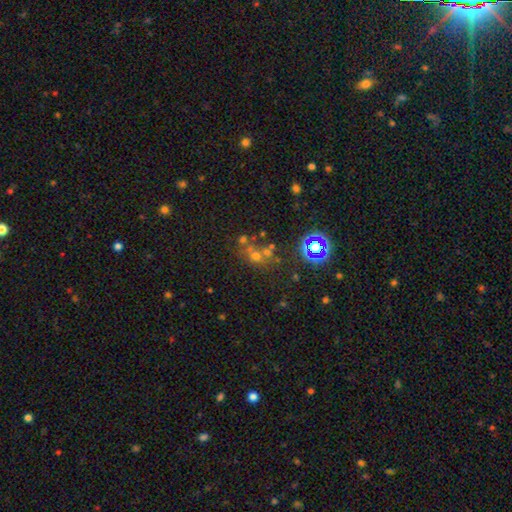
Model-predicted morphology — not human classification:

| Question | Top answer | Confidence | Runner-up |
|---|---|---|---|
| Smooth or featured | smooth | 41% | tied: star or artifact (41%) |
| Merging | none | 52% | merger (30%) |